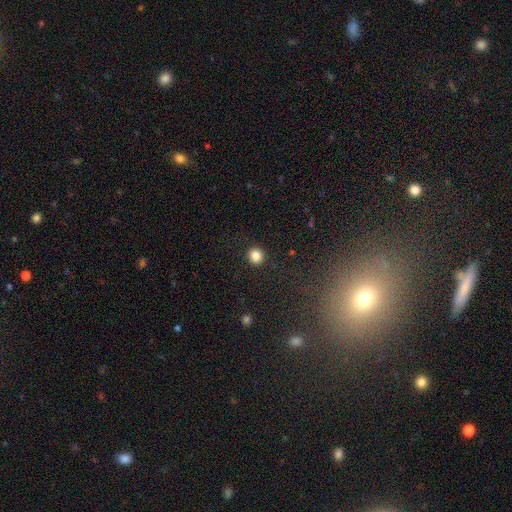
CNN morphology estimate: Overall: smooth (85%). How rounded: round (90%). Merging: none (91%).